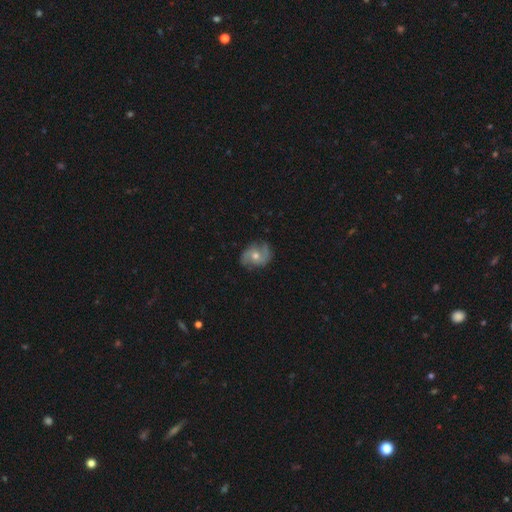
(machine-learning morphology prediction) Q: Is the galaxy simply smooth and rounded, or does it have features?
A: featured or disk — 74%.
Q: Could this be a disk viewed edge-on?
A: no — 97%.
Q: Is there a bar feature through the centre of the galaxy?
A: no — 65%.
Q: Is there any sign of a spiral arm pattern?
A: yes — 92%.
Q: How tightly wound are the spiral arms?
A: medium — 48%.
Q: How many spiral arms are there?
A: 2 — 78%.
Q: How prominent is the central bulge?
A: moderate — 63%.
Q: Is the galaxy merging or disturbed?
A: none — 77%.